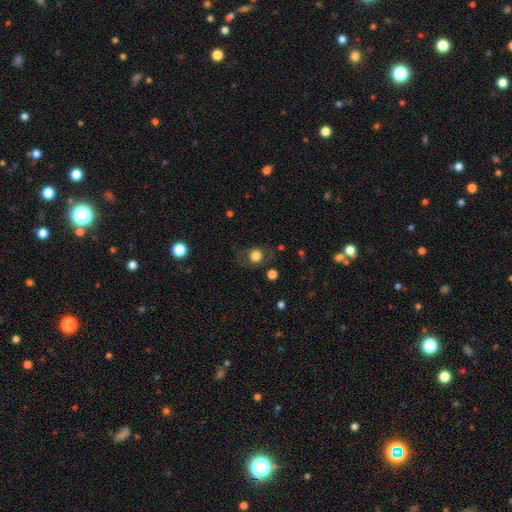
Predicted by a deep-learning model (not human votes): Smooth or featured: smooth — 73% (featured or disk — 16%)
How rounded: round — 79% (in between — 20%)
Merging: none — 71% (minor disturbance — 16%)